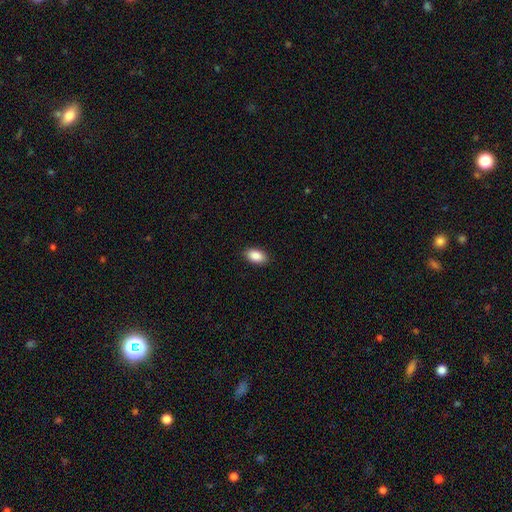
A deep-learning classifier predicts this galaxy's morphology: A smooth galaxy with no disk features (89%) that is in between round and cigar-shaped (93%).

Vote fractions:
- Smooth or featured? smooth: 89% / star or artifact: 7% / featured or disk: 4%
- How rounded? in between: 93% / round: 5% / cigar-shaped: 2%
- Merging? none: 89% / minor disturbance: 8% / major disturbance: 2% / merger: 1%